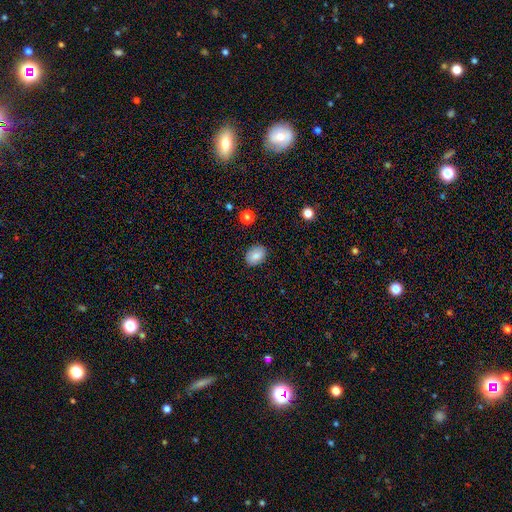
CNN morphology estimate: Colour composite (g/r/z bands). It shows a smooth galaxy with no disk features (85%) that is in between round and cigar-shaped (72%). Merging: none (87%).